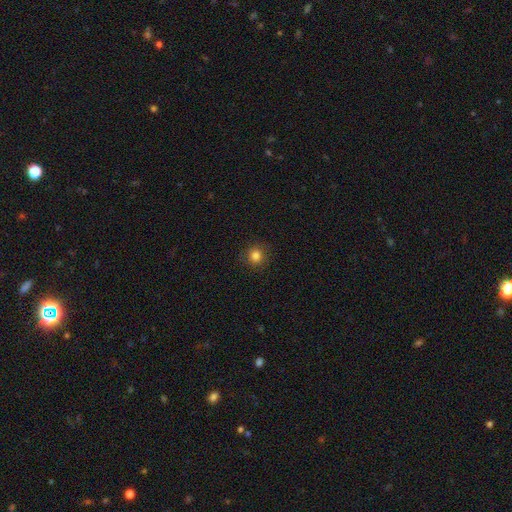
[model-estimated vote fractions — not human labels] Smooth or featured? Predicted: smooth (p=0.82). How rounded? Predicted: round (p=0.89). Merging? Predicted: none (p=0.88).